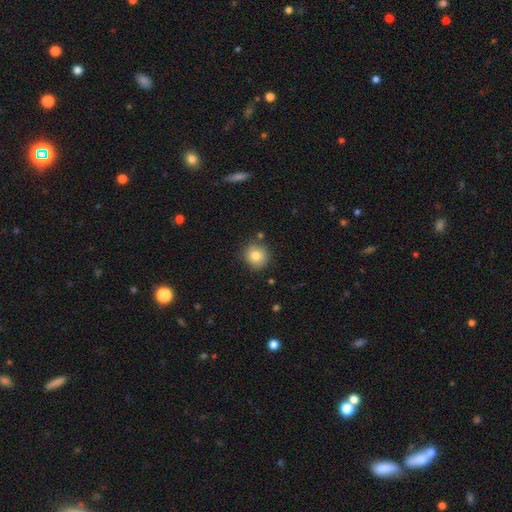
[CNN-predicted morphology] smooth-or-featured: smooth: 82% | star or artifact: 10% | featured or disk: 8%
  how-rounded: round: 90% | in between: 9% | cigar-shaped: 1%
  merging: none: 83% | minor disturbance: 11% | merger: 4% | major disturbance: 2%